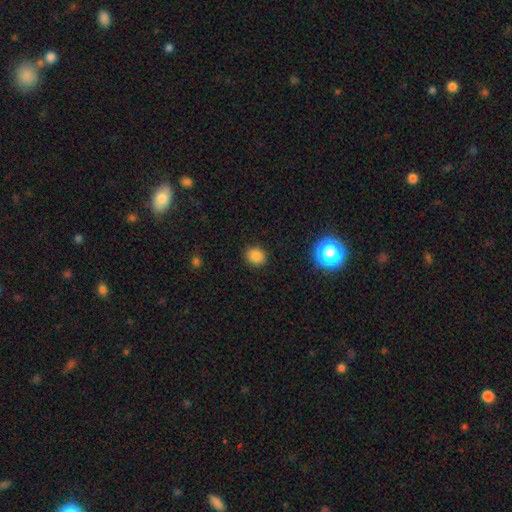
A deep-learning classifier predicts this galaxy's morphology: Smooth or featured: smooth — 83% (star or artifact — 14%)
How rounded: round — 71% (in between — 28%)
Merging: none — 89% (minor disturbance — 8%)